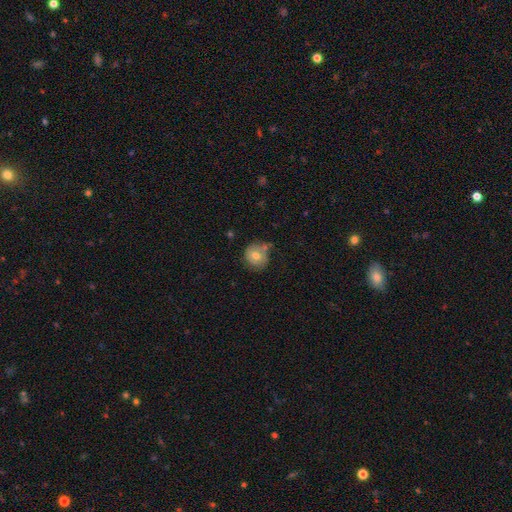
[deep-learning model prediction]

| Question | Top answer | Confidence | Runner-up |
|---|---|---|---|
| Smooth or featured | smooth | 68% | featured or disk (24%) |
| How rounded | round | 86% | in between (13%) |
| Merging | none | 61% | minor disturbance (24%) |